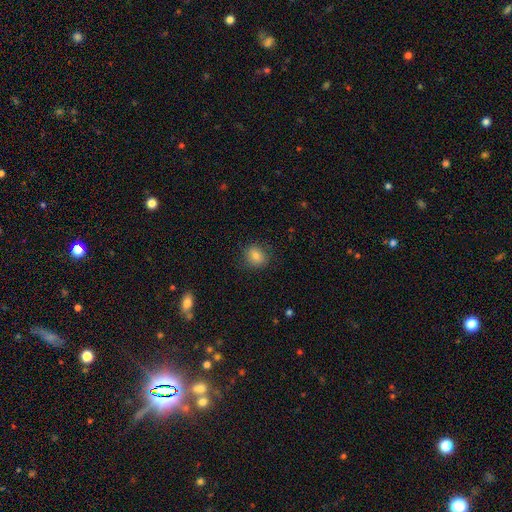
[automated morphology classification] Smooth or featured?
  - smooth: 80% *
  - star or artifact: 10%
  - featured or disk: 10%
How rounded?
  - round: 67% *
  - in between: 32%
  - cigar-shaped: 1%
Merging?
  - none: 83% *
  - minor disturbance: 13%
  - major disturbance: 4%
  - merger: 1%